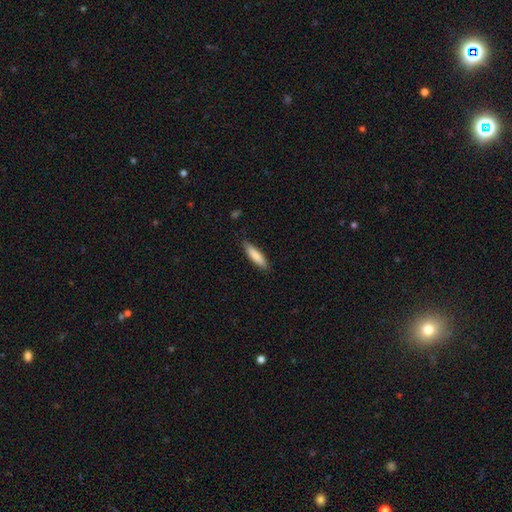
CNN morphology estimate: smooth 84%, featured or disk 11%, star or artifact 5%. Down the decision tree: how rounded — cigar-shaped (73%); merging — none (86%).